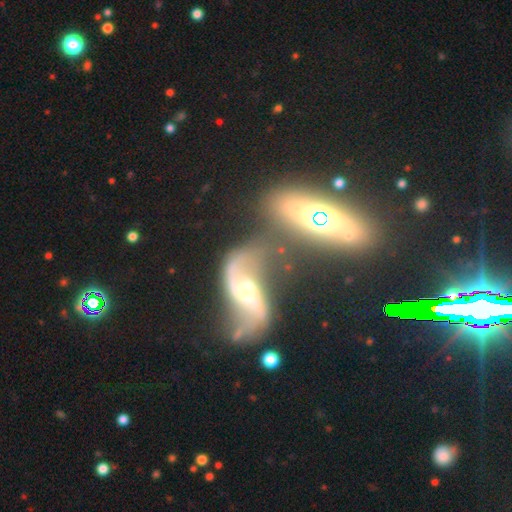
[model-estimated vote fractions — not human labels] Q: Smooth or featured?
A: featured or disk (77%); runner-up: smooth (13%)
Q: Edge-on disk?
A: no (87%); runner-up: yes (13%)
Q: Bar?
A: no (43%); runner-up: weak (39%)
Q: Spiral arms?
A: yes (91%); runner-up: no (9%)
Q: Spiral winding?
A: loose (68%); runner-up: medium (23%)
Q: Spiral arm count?
A: 2 (91%); runner-up: can't tell (4%)
Q: Bulge size?
A: moderate (49%); runner-up: small (38%)
Q: Merging?
A: merger (40%); runner-up: none (37%)